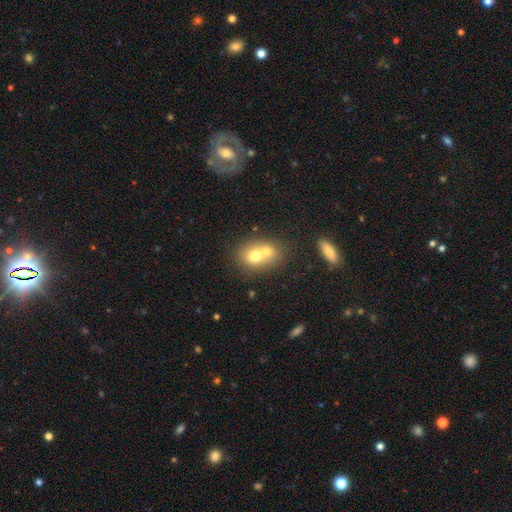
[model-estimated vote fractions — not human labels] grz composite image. It shows a smooth galaxy with no disk features (67%) that is round (53%). Merging: merger (67%).